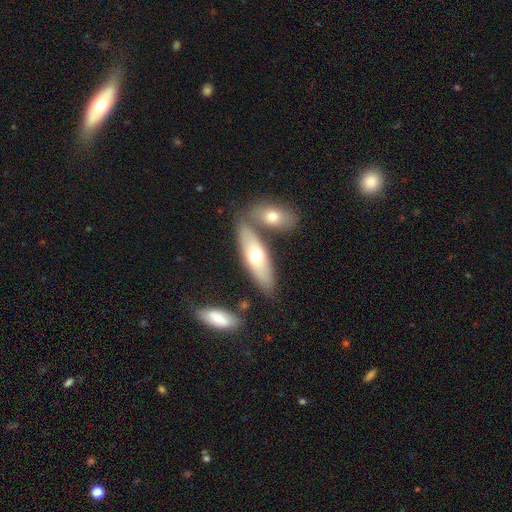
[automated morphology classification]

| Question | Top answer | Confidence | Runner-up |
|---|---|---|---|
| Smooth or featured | smooth | 59% | featured or disk (35%) |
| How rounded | in between | 55% | cigar-shaped (43%) |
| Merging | none | 64% | merger (22%) |